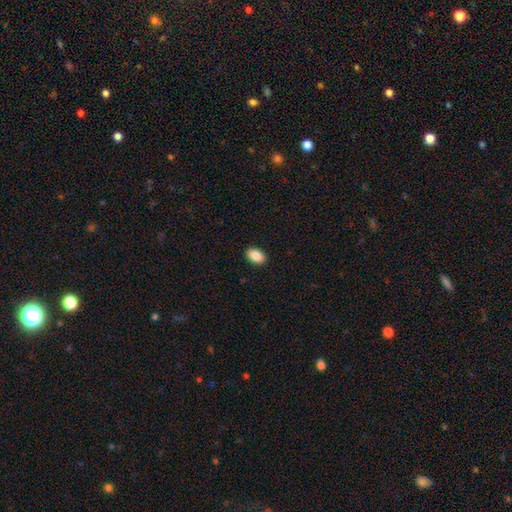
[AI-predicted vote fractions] This appears to be a smooth galaxy with no disk features (89%) that is in between round and cigar-shaped (89%). Merging: none (91%).